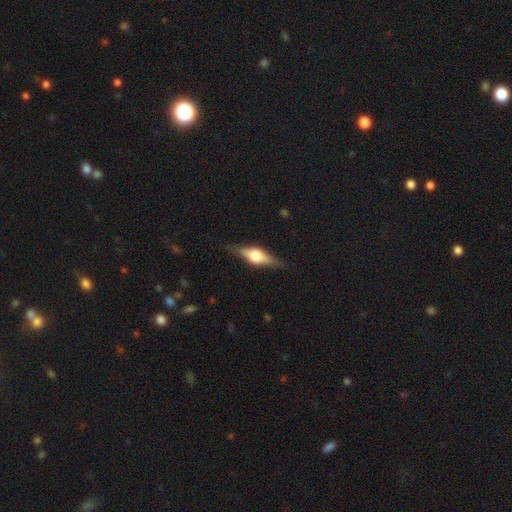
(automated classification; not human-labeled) smooth-or-featured: featured or disk: 65% | smooth: 29% | star or artifact: 6%
  disk-edge-on: yes: 95% | no: 5%
    edge-on-bulge: rounded: 90% | boxy: 9% | none: 1%
  merging: none: 83% | minor disturbance: 13% | major disturbance: 3% | merger: 1%